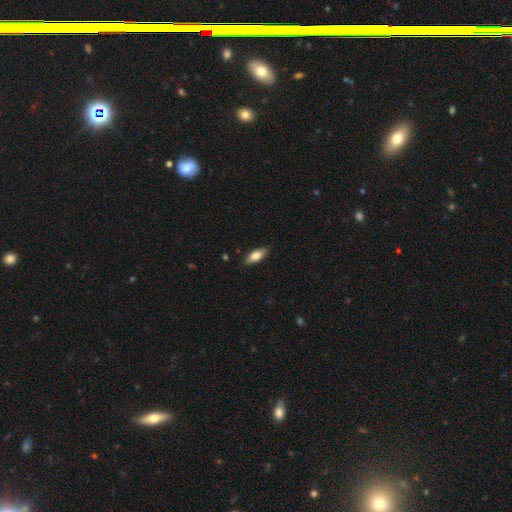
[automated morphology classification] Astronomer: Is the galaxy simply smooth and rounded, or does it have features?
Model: smooth — 74%.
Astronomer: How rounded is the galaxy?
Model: in between — 70%.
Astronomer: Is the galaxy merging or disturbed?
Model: none — 85%.